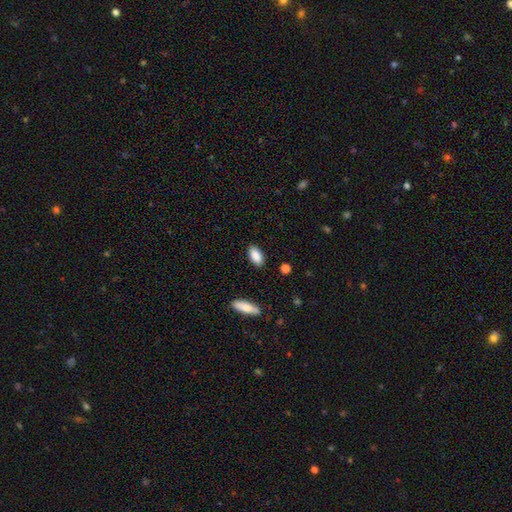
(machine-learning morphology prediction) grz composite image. It shows a smooth galaxy with no disk features (88%) that is in between round and cigar-shaped (89%). Merging: none (88%).